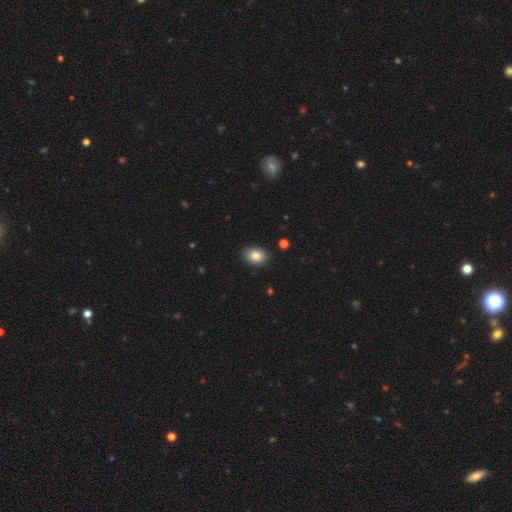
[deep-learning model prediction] This appears to be a smooth galaxy with no disk features (85%) that is in between round and cigar-shaped (74%). Merging: none (89%).